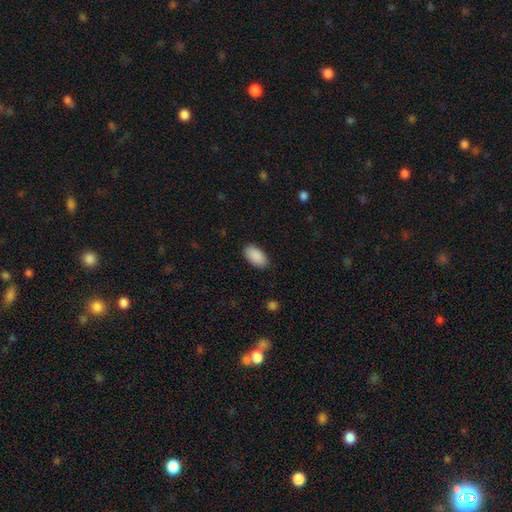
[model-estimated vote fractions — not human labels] Smooth or featured? smooth (91%)
How rounded? in between (95%)
Merging? none (88%)